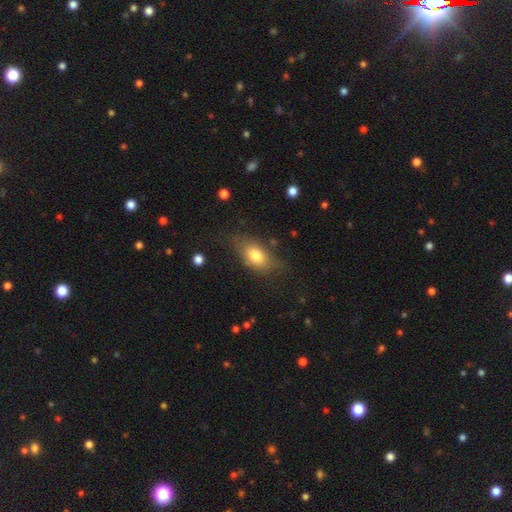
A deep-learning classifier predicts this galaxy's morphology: Smooth or featured? Predicted: smooth (p=0.77). How rounded? Predicted: in between (p=0.84). Merging? Predicted: none (p=0.70).